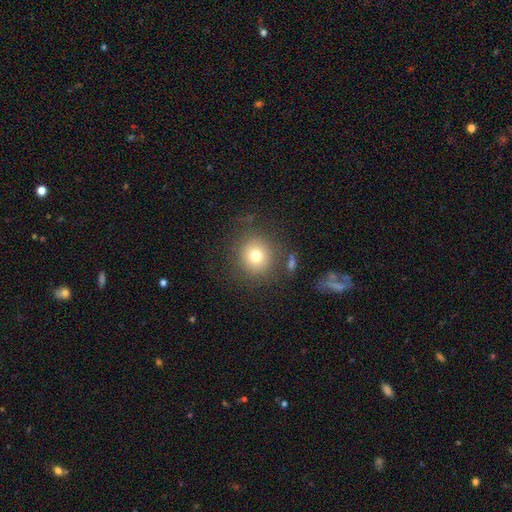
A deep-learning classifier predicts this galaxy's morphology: Smooth or featured? Predicted: smooth (p=0.74). How rounded? Predicted: round (p=0.92). Merging? Predicted: none (p=0.82).